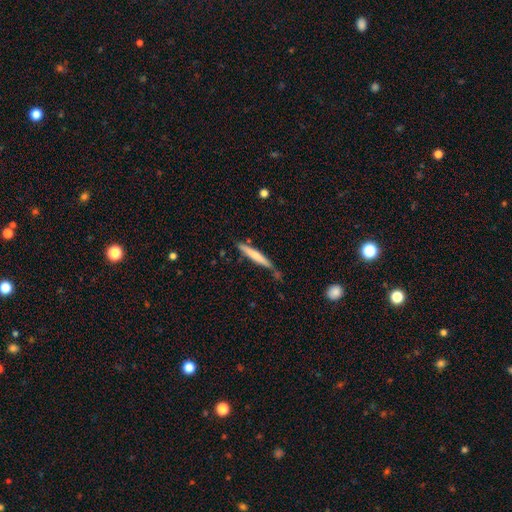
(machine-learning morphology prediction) smooth 60%, featured or disk 34%, star or artifact 5%. Down the decision tree: how rounded — cigar-shaped (95%); merging — none (72%).